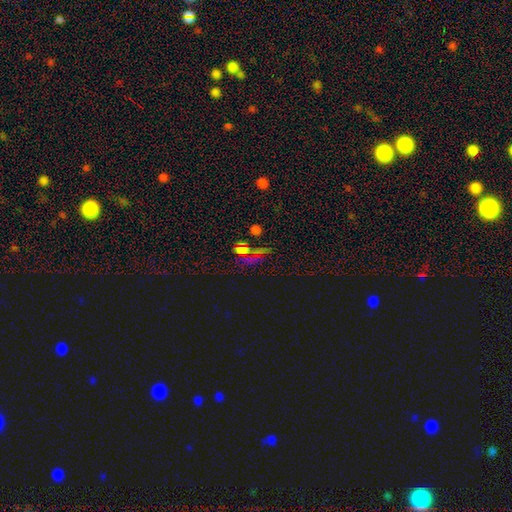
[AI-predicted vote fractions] Smooth or featured: star or artifact — 61% (smooth — 23%)